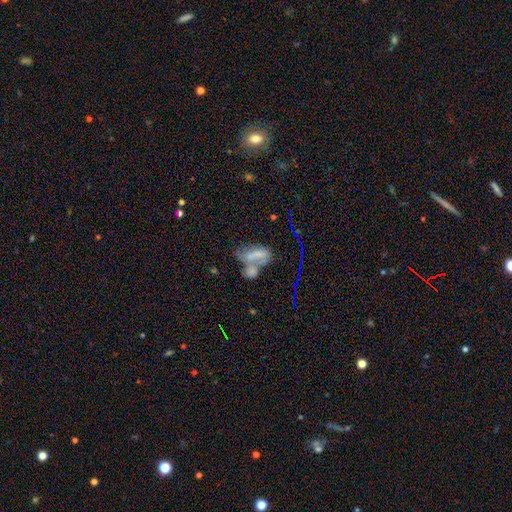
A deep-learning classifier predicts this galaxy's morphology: A smooth galaxy with no disk features (53%) that is in between round and cigar-shaped (79%). Merging: merger (57%).